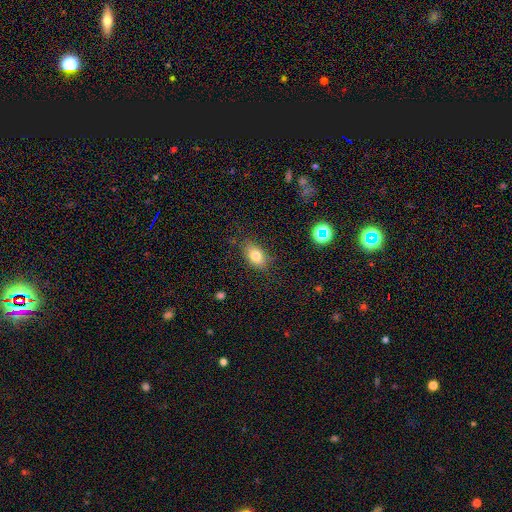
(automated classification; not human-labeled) A smooth galaxy with no disk features (79%) that is in between round and cigar-shaped (85%).

Vote fractions:
- Smooth or featured? smooth: 79% / featured or disk: 11% / star or artifact: 10%
- How rounded? in between: 85% / round: 12% / cigar-shaped: 2%
- Merging? none: 79% / minor disturbance: 15% / major disturbance: 4% / merger: 2%